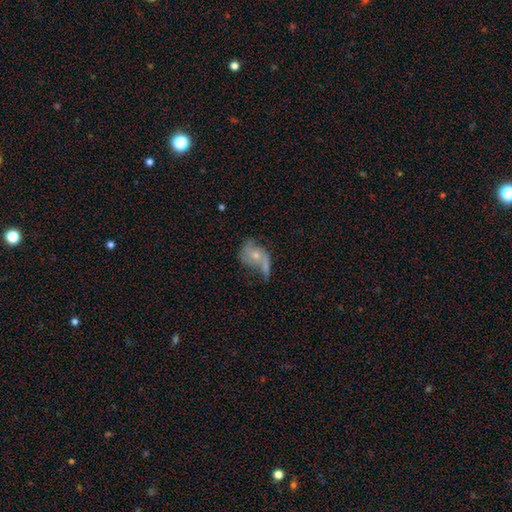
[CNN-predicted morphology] The model was most divided on "merging": none: 33%, minor disturbance: 28%, major disturbance: 26%, merger: 13%. More confident: edge-on disk — no (96%); spiral arms — yes (74%); bar — no (70%); smooth or featured — featured or disk (60%); bulge size — small (56%).